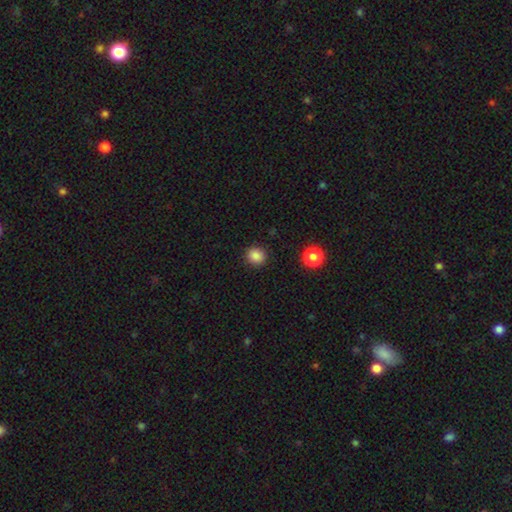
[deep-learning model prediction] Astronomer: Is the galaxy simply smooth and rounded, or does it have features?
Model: smooth — 85%.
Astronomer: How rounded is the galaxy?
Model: round — 85%.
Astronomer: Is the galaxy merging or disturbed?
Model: none — 90%.